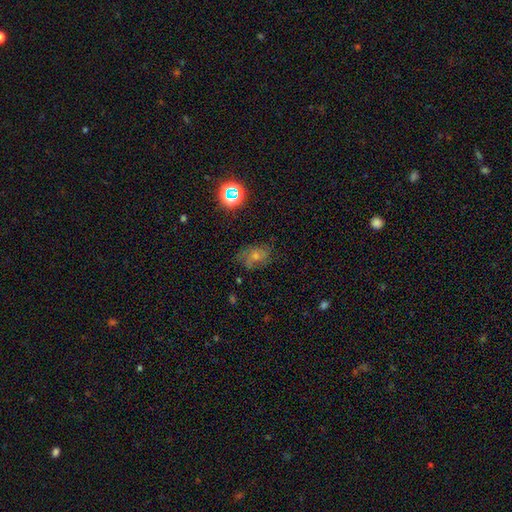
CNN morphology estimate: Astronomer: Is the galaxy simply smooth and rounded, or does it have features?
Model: featured or disk — 42% (runner-up: star or artifact, 31%).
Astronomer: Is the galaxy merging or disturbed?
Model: none — 66%.